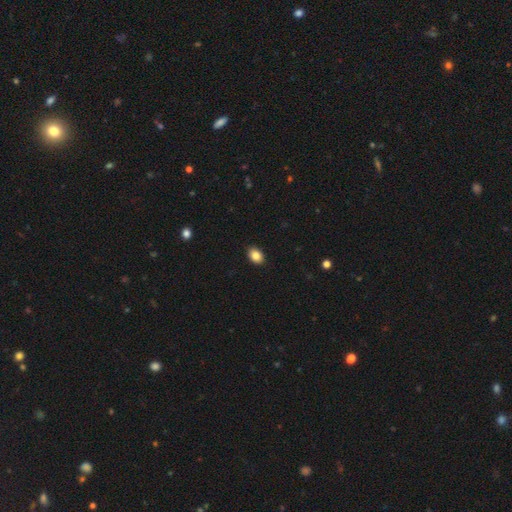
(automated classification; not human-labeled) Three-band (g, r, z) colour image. It shows a smooth galaxy with no disk features (85%) that is in between round and cigar-shaped (78%). Merging: none (90%).